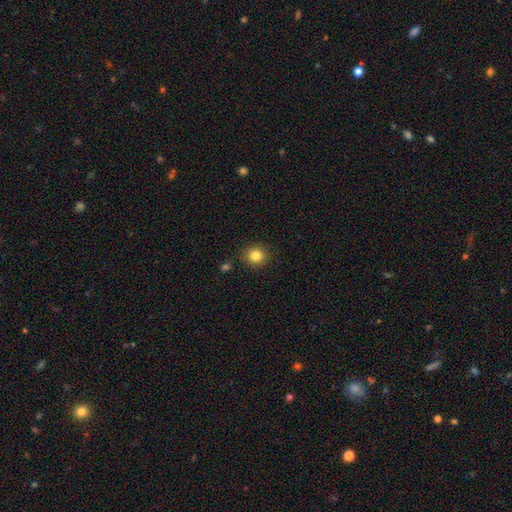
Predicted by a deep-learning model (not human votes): A smooth galaxy with no disk features (83%) that is round (87%).

Vote fractions:
- Smooth or featured? smooth: 83% / star or artifact: 11% / featured or disk: 6%
- How rounded? round: 87% / in between: 13% / cigar-shaped: 1%
- Merging? none: 88% / minor disturbance: 8% / major disturbance: 2% / merger: 2%